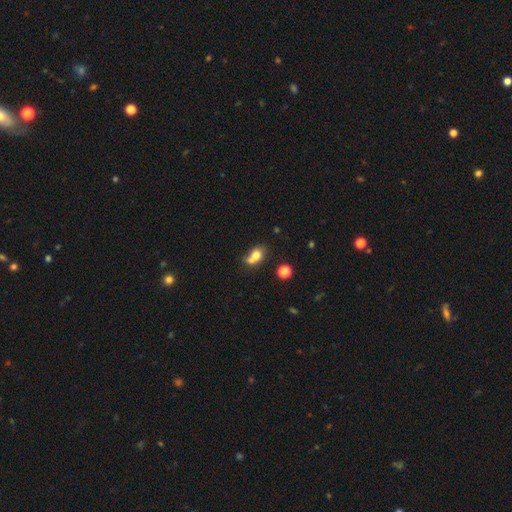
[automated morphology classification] Smooth or featured: smooth — 73% (featured or disk — 16%)
How rounded: in between — 49% (tied with round — 49%)
Merging: merger — 50% (none — 33%)